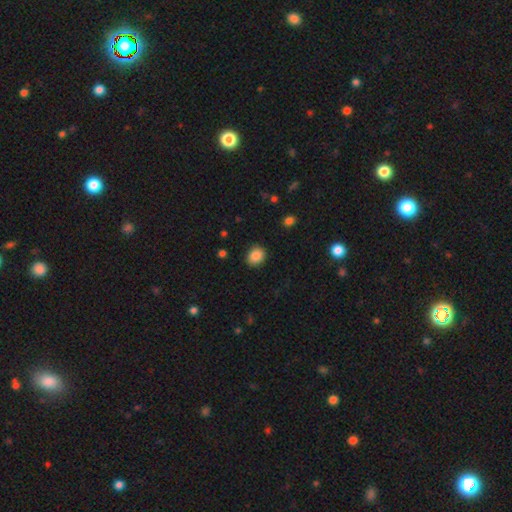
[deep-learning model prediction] This appears to be a smooth galaxy with no disk features (87%) that is round (69%). Merging: none (88%).